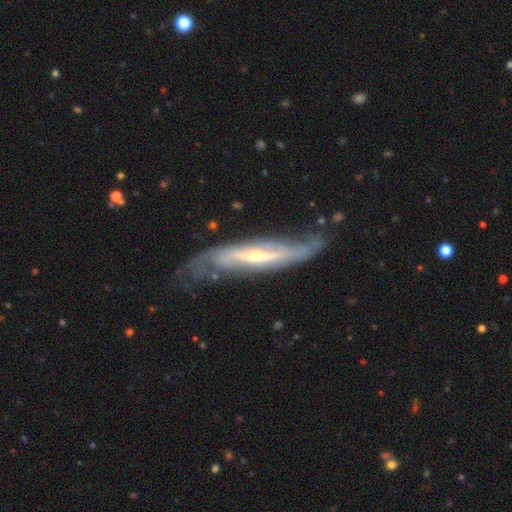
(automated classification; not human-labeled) This is clearly a featured or disk galaxy (84%). It is possibly not viewed edge-on (59%). Merging: possibly none (59%).